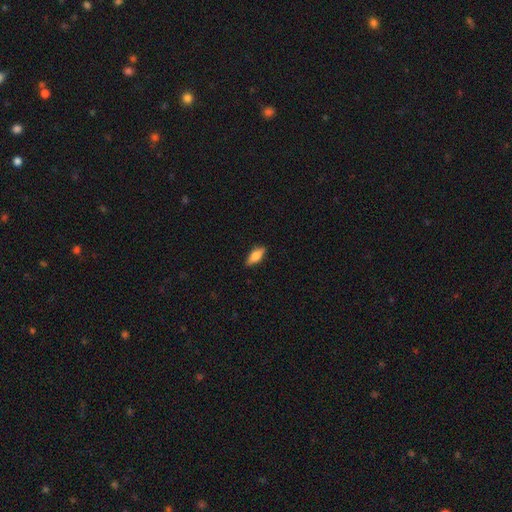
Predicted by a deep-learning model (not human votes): Smooth or featured?
  - smooth: 65% *
  - featured or disk: 28%
  - star or artifact: 7%
How rounded?
  - in between: 70% *
  - cigar-shaped: 27%
  - round: 3%
Merging?
  - none: 86% *
  - minor disturbance: 11%
  - major disturbance: 2%
  - merger: 1%